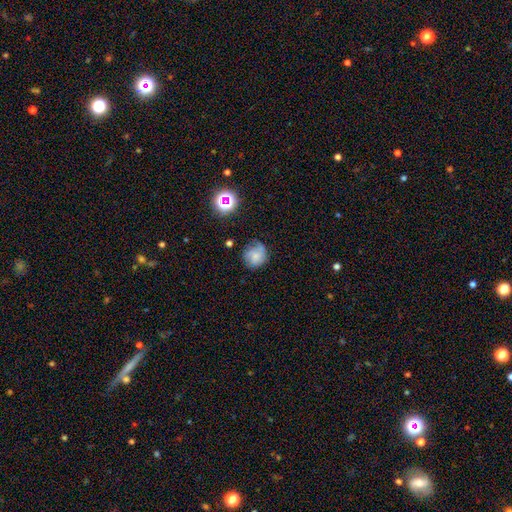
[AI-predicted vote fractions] A smooth galaxy with no disk features (54%) that is round (81%).

Vote fractions:
- Smooth or featured? smooth: 54% / featured or disk: 33% / star or artifact: 13%
- How rounded? round: 81% / in between: 18% / cigar-shaped: 1%
- Merging? none: 57% / minor disturbance: 28% / major disturbance: 12% / merger: 3%